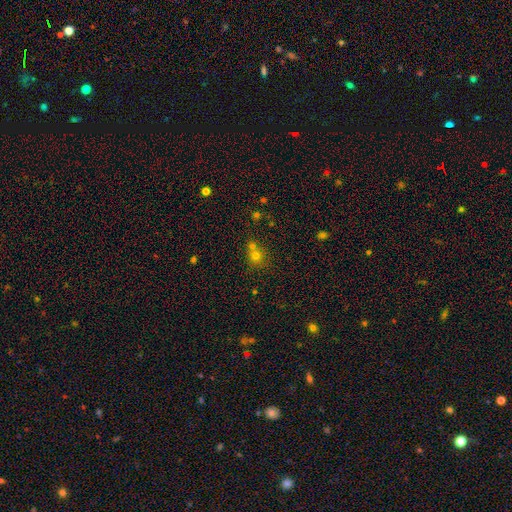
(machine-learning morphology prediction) Smooth or featured? smooth (69%)
How rounded? round (85%)
Merging? none (49%)